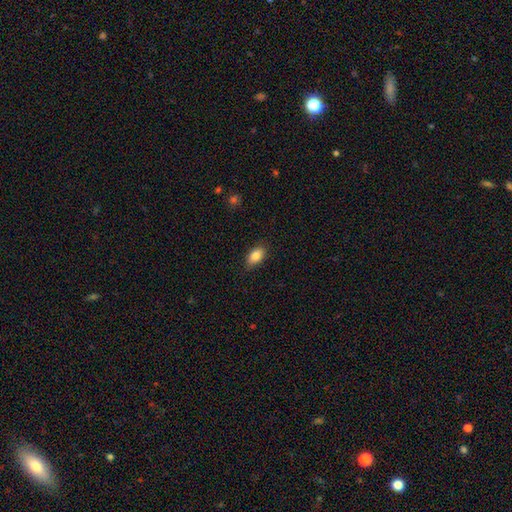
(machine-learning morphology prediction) Smooth or featured? smooth (85%)
How rounded? in between (89%)
Merging? none (82%)